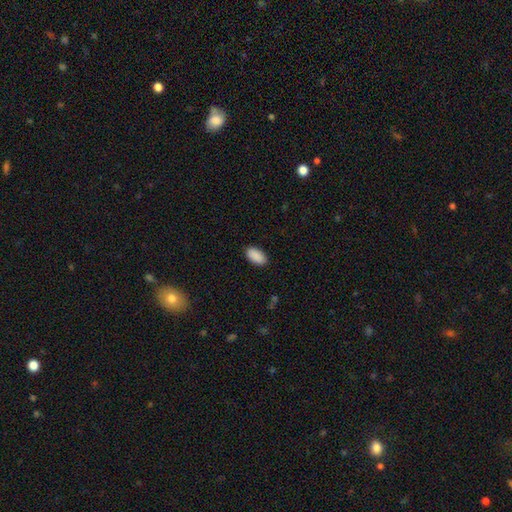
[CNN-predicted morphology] Smooth or featured: smooth — 91% (star or artifact — 6%)
How rounded: in between — 95% (round — 3%)
Merging: none — 89% (minor disturbance — 8%)